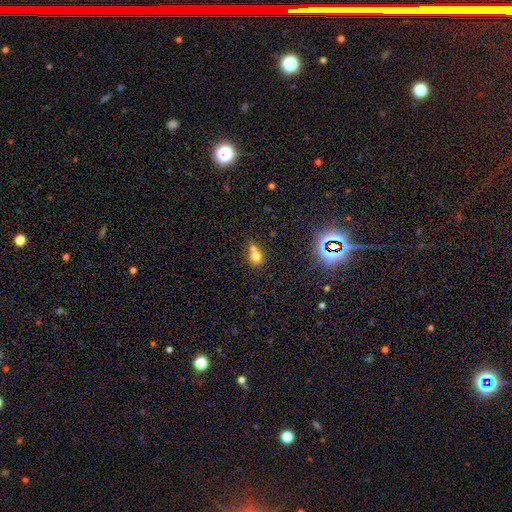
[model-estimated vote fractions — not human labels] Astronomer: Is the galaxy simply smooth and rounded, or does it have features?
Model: smooth — 70%.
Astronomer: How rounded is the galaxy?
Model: round — 61% (runner-up: in between, 38%).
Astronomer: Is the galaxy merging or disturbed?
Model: merger — 47% (runner-up: none, 39%).